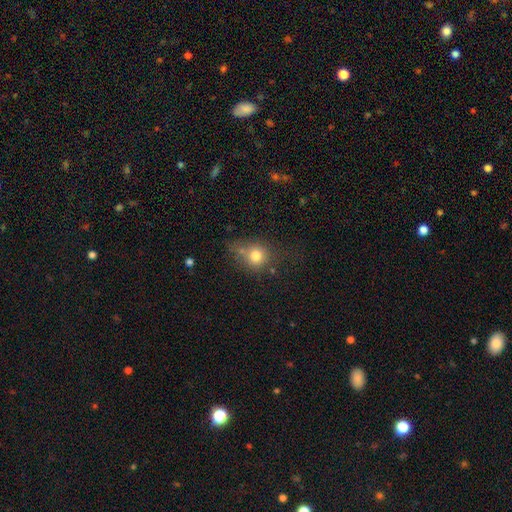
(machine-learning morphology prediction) Smooth or featured?
  - smooth: 76% *
  - star or artifact: 12%
  - featured or disk: 12%
How rounded?
  - round: 79% *
  - in between: 20%
  - cigar-shaped: 1%
Merging?
  - none: 52% *
  - minor disturbance: 22%
  - merger: 15%
  - major disturbance: 11%